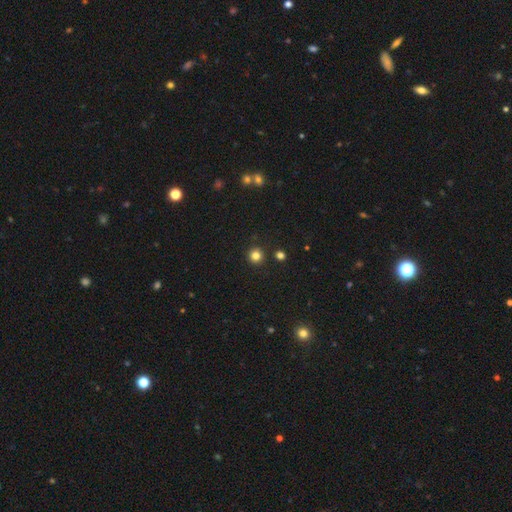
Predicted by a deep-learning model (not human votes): smooth 82%, star or artifact 13%, featured or disk 5%. Down the decision tree: how rounded — round (95%); merging — none (91%).